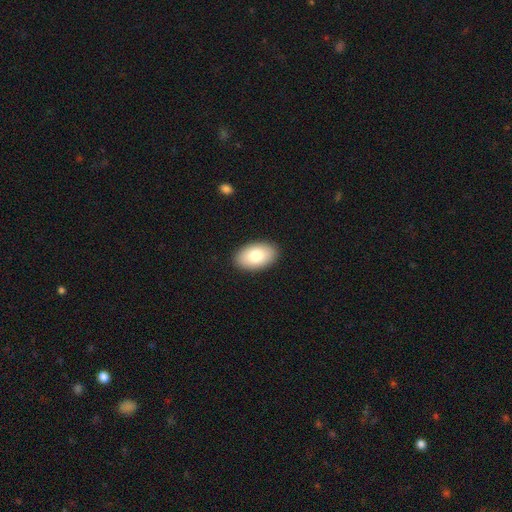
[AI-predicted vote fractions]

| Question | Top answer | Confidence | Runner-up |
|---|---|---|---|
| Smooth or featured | smooth | 82% | featured or disk (12%) |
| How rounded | in between | 93% | round (5%) |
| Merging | none | 90% | minor disturbance (7%) |